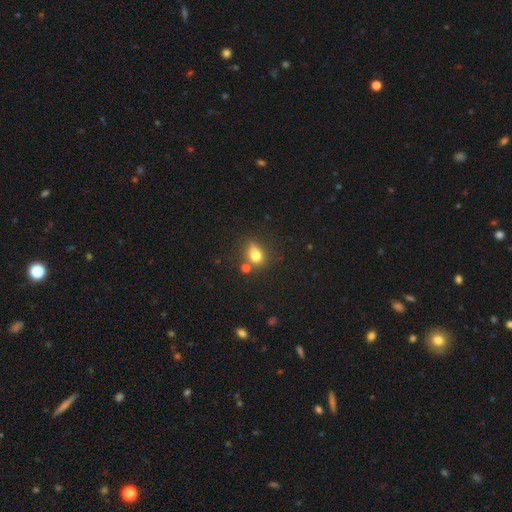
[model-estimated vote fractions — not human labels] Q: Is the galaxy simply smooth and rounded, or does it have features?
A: smooth — 72%.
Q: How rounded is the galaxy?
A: round — 53%.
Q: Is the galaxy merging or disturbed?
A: none — 52%.